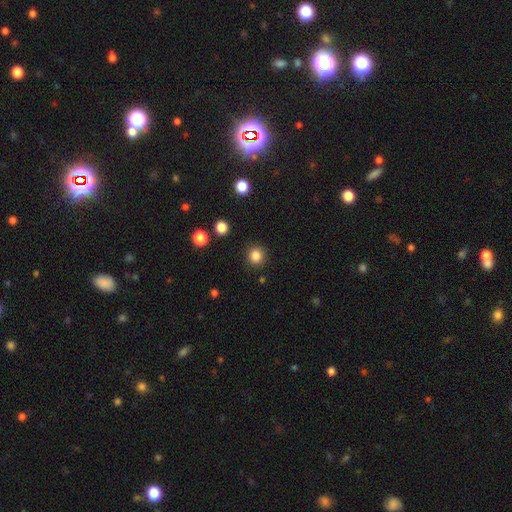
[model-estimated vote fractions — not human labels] smooth-or-featured: smooth: 85% | star or artifact: 12% | featured or disk: 4%
  how-rounded: round: 91% | in between: 9% | cigar-shaped: 1%
  merging: none: 90% | minor disturbance: 6% | major disturbance: 2% | merger: 2%